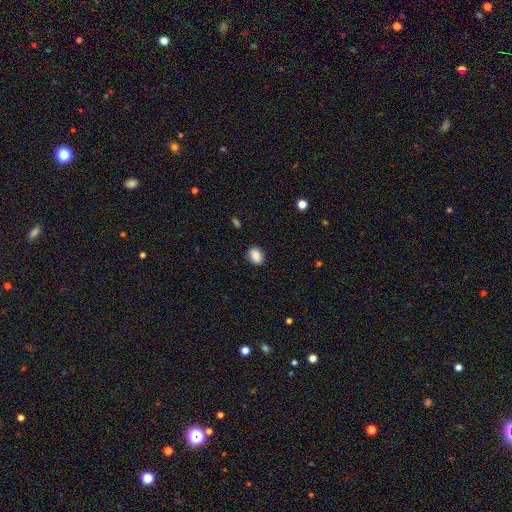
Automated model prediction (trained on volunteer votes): This appears to be a smooth galaxy with no disk features (87%) that is in between round and cigar-shaped (78%). Merging: none (86%).